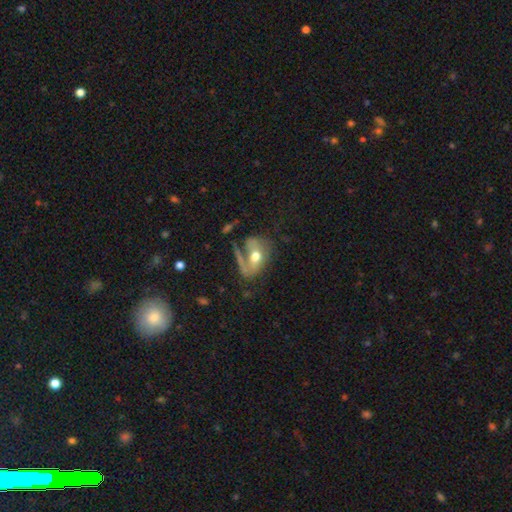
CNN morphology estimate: This appears to be a smooth galaxy with no disk features (46%). Merging: major disturbance (33%, tied with none).